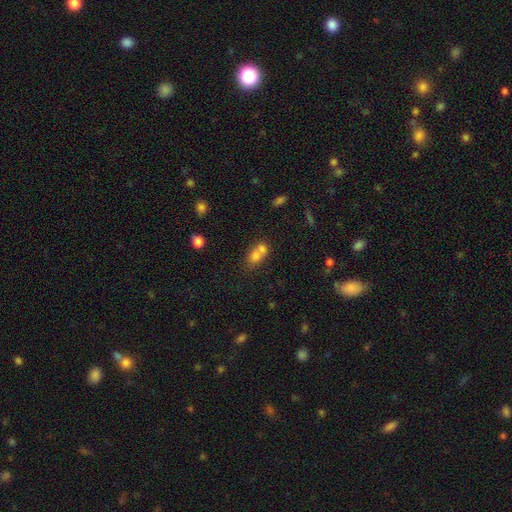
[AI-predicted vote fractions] Overall: smooth (72%). How rounded: round (58%; in between 40%). Merging: merger (67%).